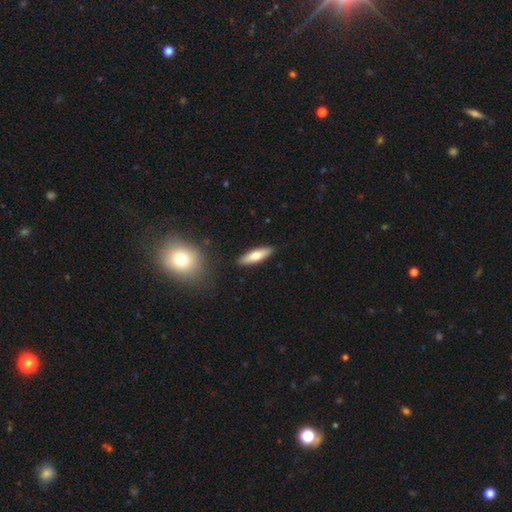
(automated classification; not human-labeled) This appears to be a smooth galaxy with no disk features (65%) that is cigar-shaped (61%). Merging: none (88%).